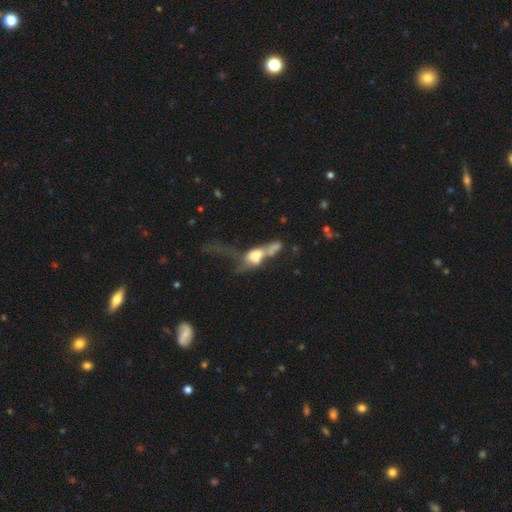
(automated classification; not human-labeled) Smooth or featured?
  - smooth: 46% *
  - featured or disk: 42%
  - star or artifact: 12%
Merging?
  - merger: 48% *
  - major disturbance: 34%
  - none: 10%
  - minor disturbance: 8%